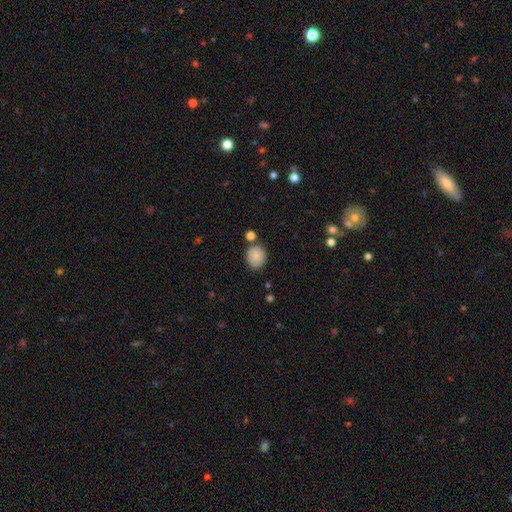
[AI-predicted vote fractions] smooth-or-featured: smooth: 84% | star or artifact: 8% | featured or disk: 8%
  how-rounded: round: 75% | in between: 24% | cigar-shaped: 1%
  merging: none: 73% | minor disturbance: 14% | merger: 9% | major disturbance: 3%